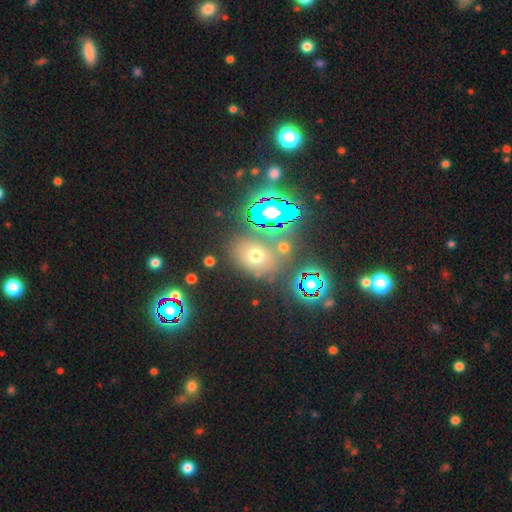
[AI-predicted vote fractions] Q: Smooth or featured?
A: smooth (60%); runner-up: star or artifact (26%)
Q: How rounded?
A: round (51%); runner-up: in between (48%)
Q: Merging?
A: none (71%); runner-up: merger (12%)